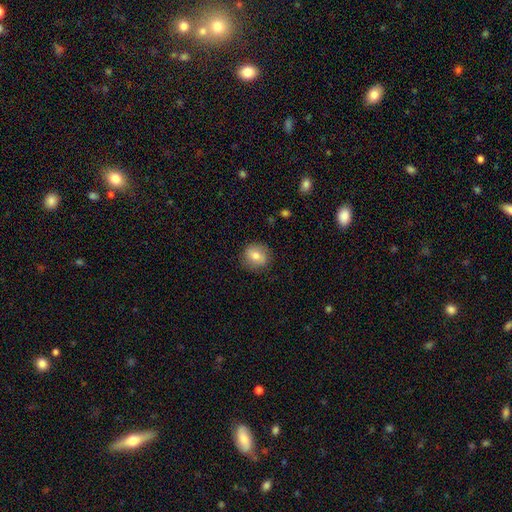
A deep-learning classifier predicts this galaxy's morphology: smooth-or-featured: smooth: 74% | featured or disk: 17% | star or artifact: 9%
  how-rounded: round: 79% | in between: 20% | cigar-shaped: 1%
  merging: none: 85% | minor disturbance: 11% | major disturbance: 3% | merger: 1%